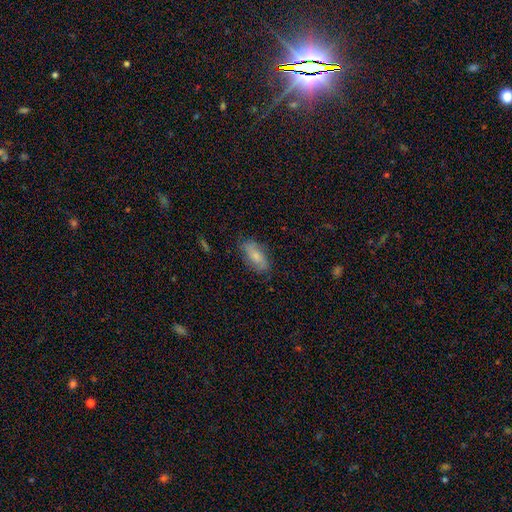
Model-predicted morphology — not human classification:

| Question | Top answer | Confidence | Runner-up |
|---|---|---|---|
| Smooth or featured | smooth | 65% | featured or disk (28%) |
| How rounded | in between | 84% | cigar-shaped (13%) |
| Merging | none | 75% | minor disturbance (19%) |